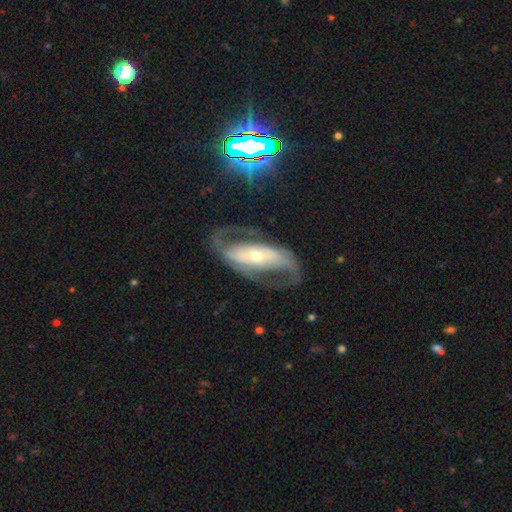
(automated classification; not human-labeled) A featured or disk galaxy (86%) with a strong bar (45%), 2 (91%) medium (45%) spiral arms (91%) and a small central bulge (54%). Merging: none (71%).